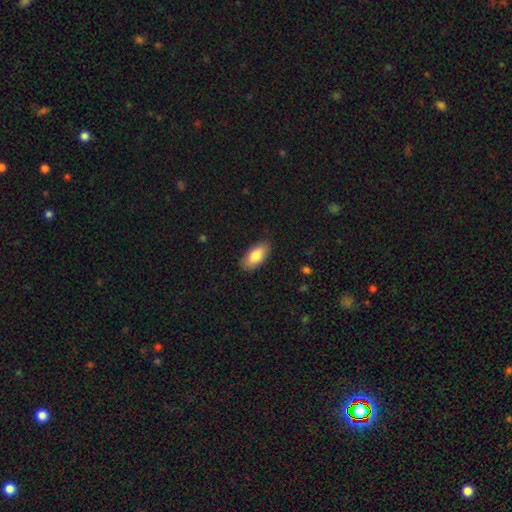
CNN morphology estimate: This is clearly a smooth galaxy (83%). How rounded: clearly in between (91%). Merging: clearly none (85%).